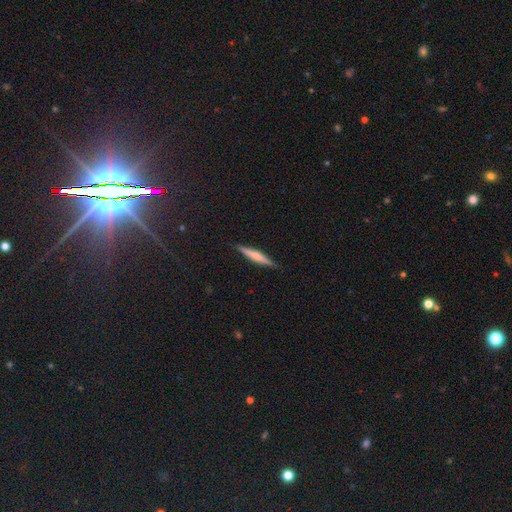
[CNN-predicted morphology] Q: Smooth or featured?
A: featured or disk (49%); runner-up: smooth (44%)
Q: Merging?
A: none (89%); runner-up: minor disturbance (8%)